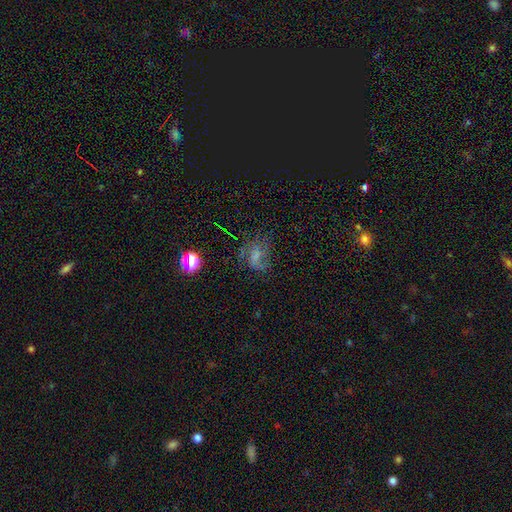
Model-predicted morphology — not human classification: This is marginally a featured or disk galaxy (41%). Merging: possibly none (48%).